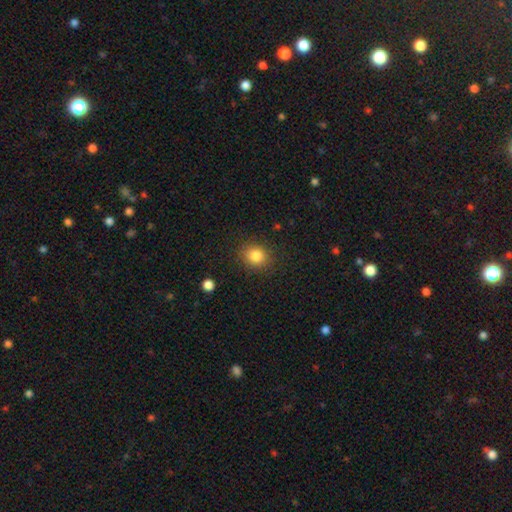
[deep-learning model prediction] smooth_or_featured: smooth (p=0.84) [alt: star or artifact p=0.11]
how_rounded: round (p=0.75) [alt: in between p=0.25]
merging: none (p=0.87) [alt: minor disturbance p=0.08]